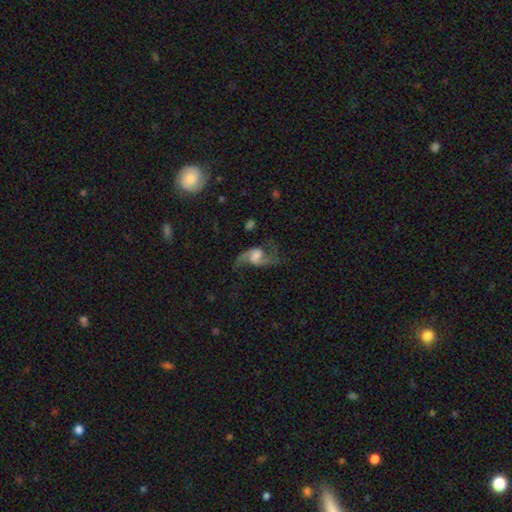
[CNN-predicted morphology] A featured or disk galaxy (81%) with a weak bar (47%), 2 (91%) loose (77%) spiral arms (94%) and a moderate central bulge (29%).

Vote fractions:
- Smooth or featured? featured or disk: 81% / smooth: 11% / star or artifact: 8%
- Edge-on disk? no: 97% / yes: 3%
- Bar? weak: 47% / no: 39% / strong: 14%
- Spiral arms? yes: 94% / no: 6%
- Spiral winding? loose: 77% / medium: 19% / tight: 4%
- Spiral arm count? 2: 91% / 1: 3% / can't tell: 2% / 3: 1% / 4: 1% / more than 4: 1%
- Bulge size? moderate: 29% / large: 25% / none: 25% / small: 18% / dominant: 3%
- Merging? none: 59% / major disturbance: 21% / minor disturbance: 17% / merger: 3%